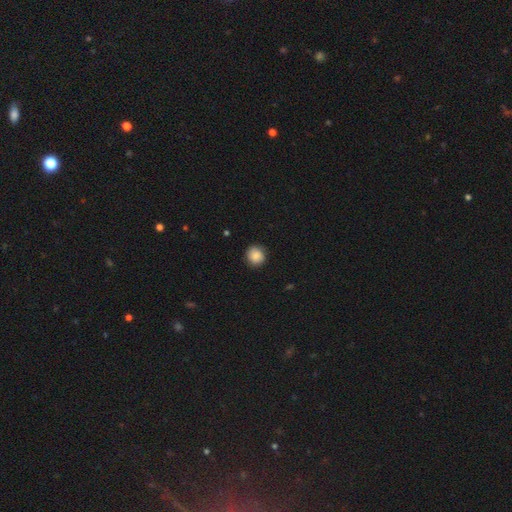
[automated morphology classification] Overall: smooth (84%). How rounded: round (89%). Merging: none (86%).